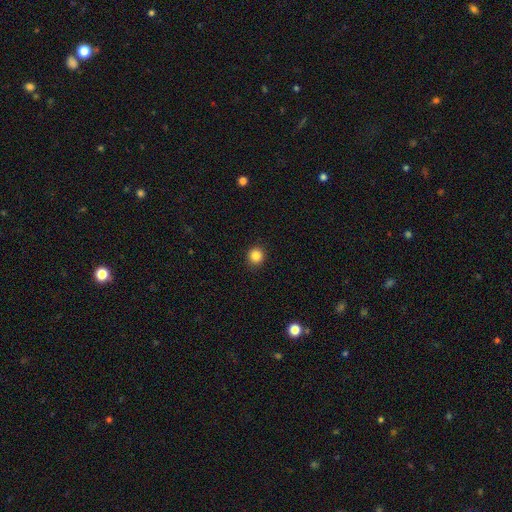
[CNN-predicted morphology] The model was most divided on "smooth or featured": smooth: 86%, star or artifact: 11%, featured or disk: 3%. More confident: how rounded — round (92%); merging — none (91%).